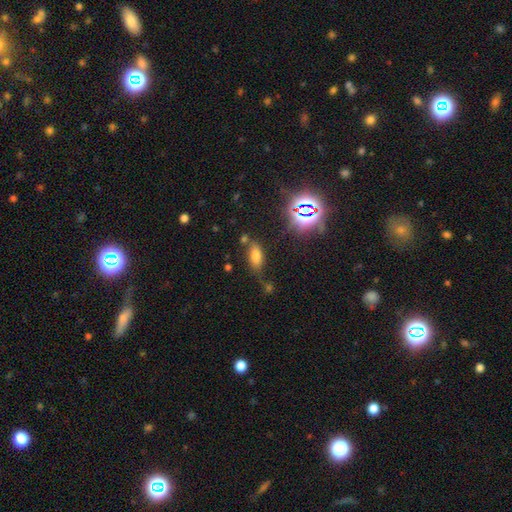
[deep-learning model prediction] Smooth or featured?
  - smooth: 67% *
  - star or artifact: 21%
  - featured or disk: 12%
How rounded?
  - in between: 83% *
  - cigar-shaped: 13%
  - round: 4%
Merging?
  - none: 65% *
  - minor disturbance: 18%
  - merger: 10%
  - major disturbance: 7%